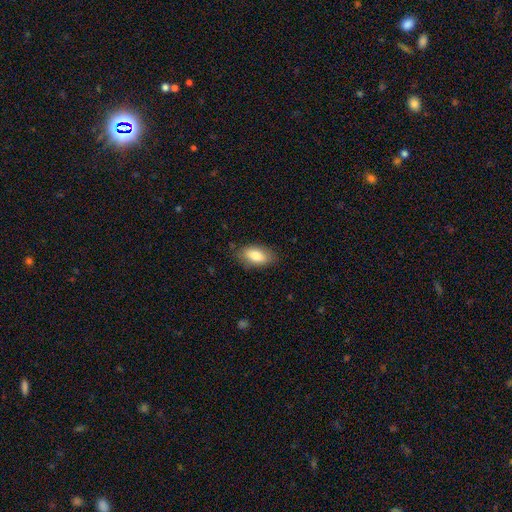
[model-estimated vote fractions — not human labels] Smooth or featured?
  - smooth: 80% *
  - featured or disk: 14%
  - star or artifact: 7%
How rounded?
  - in between: 92% *
  - round: 4%
  - cigar-shaped: 4%
Merging?
  - none: 81% *
  - minor disturbance: 15%
  - major disturbance: 3%
  - merger: 1%